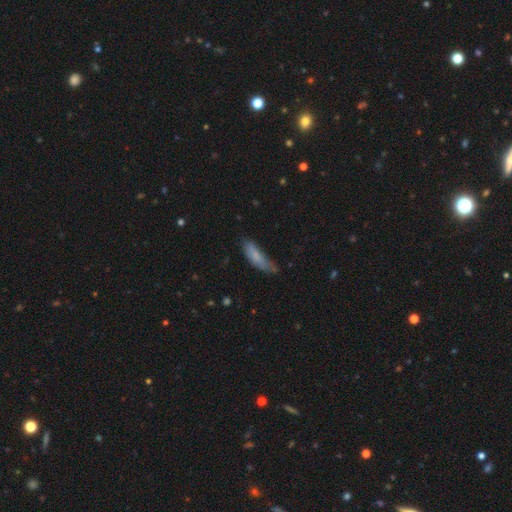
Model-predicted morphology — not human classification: type=smooth (75%); roundness=cigar-shaped (53%); merging=none (42%).